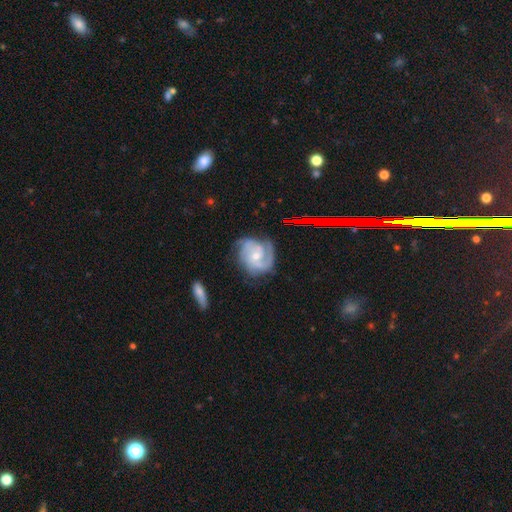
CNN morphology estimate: type=featured or disk (86%); edge-on=no (98%); bar=no (66%); spiral arms=yes (97%); winding=tight (51%); arm count=2 (47%); bulge=small (58%); merging=none (65%).